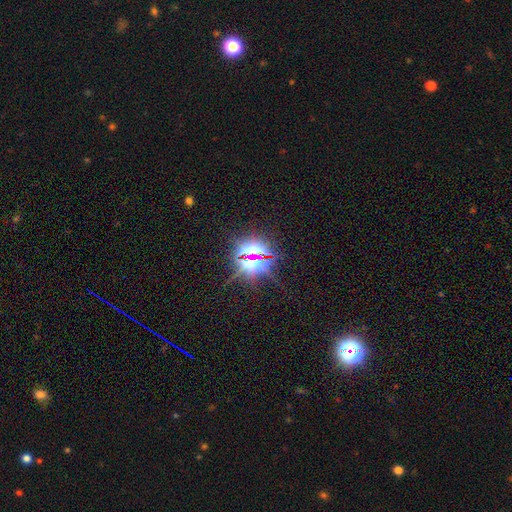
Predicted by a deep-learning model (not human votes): A star or artifact, not a galaxy (77%).